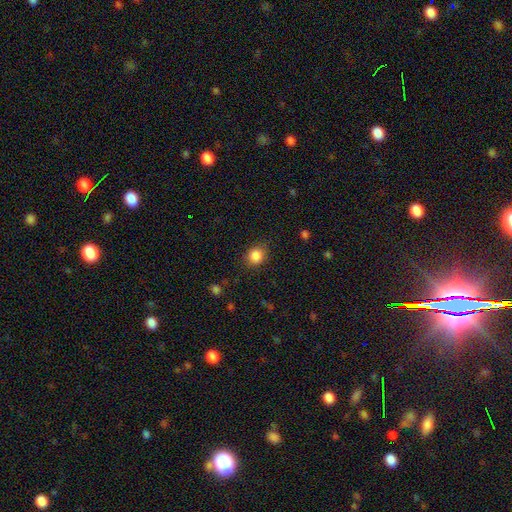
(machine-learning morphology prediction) smooth-or-featured: smooth: 86% | star or artifact: 10% | featured or disk: 4%
  how-rounded: round: 76% | in between: 23% | cigar-shaped: 1%
  merging: none: 83% | minor disturbance: 13% | major disturbance: 4% | merger: 1%